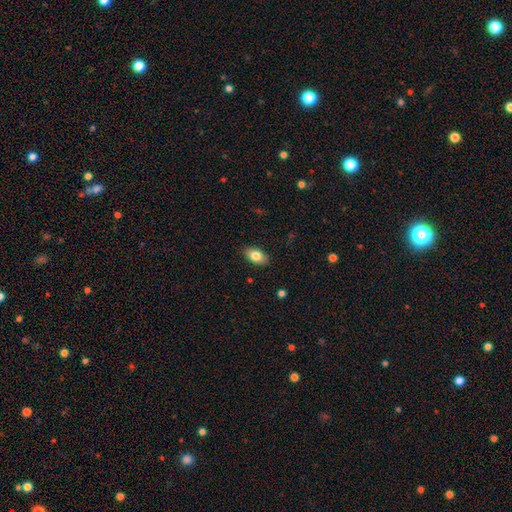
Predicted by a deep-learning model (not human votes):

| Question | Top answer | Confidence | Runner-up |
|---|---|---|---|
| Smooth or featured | smooth | 81% | featured or disk (12%) |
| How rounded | in between | 92% | round (5%) |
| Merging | none | 87% | minor disturbance (10%) |